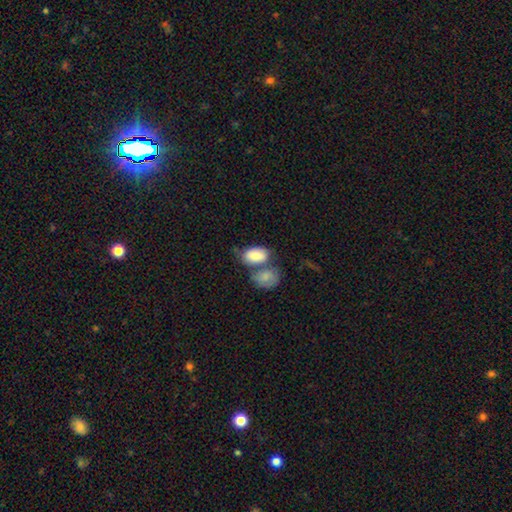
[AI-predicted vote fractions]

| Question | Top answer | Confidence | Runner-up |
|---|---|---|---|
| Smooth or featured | smooth | 84% | featured or disk (11%) |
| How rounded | in between | 91% | round (7%) |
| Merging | merger | 50% | none (29%) |